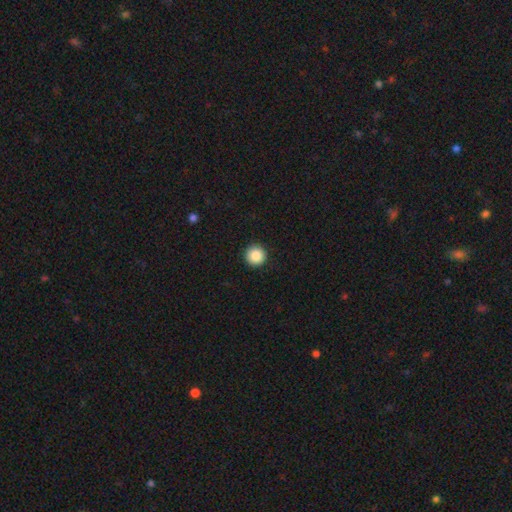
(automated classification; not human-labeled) This is clearly a smooth galaxy (86%). How rounded: clearly round (96%). Merging: clearly none (93%).